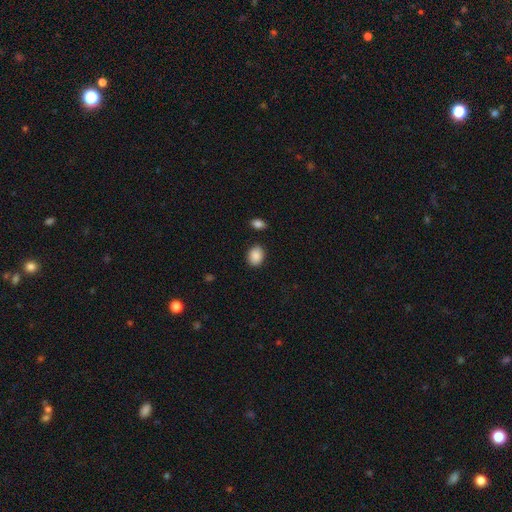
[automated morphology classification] Smooth or featured? smooth (89%)
How rounded? in between (57%)
Merging? none (86%)